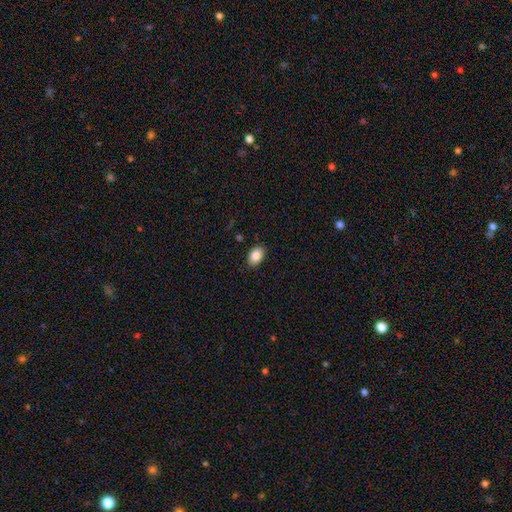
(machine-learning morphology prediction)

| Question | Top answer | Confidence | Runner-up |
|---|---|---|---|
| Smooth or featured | smooth | 86% | star or artifact (8%) |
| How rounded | in between | 86% | round (13%) |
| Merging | none | 87% | minor disturbance (9%) |